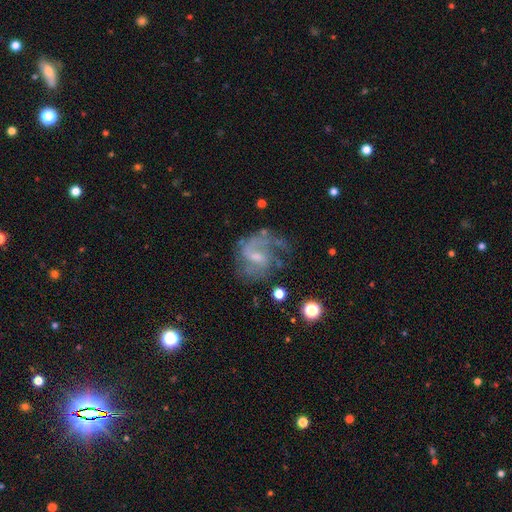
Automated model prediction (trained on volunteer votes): Morphology: type=featured or disk (79%); edge-on=no (98%); bar=weak (57%); spiral arms=yes (89%); winding=medium (47%); arm count=2 (47%); bulge=small (46%); merging=none (50%).